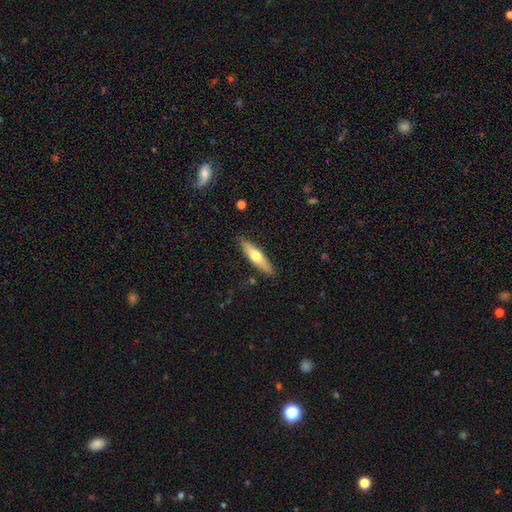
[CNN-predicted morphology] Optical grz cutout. It shows a smooth galaxy with no disk features (54%) that is cigar-shaped (72%). Merging: none (88%).